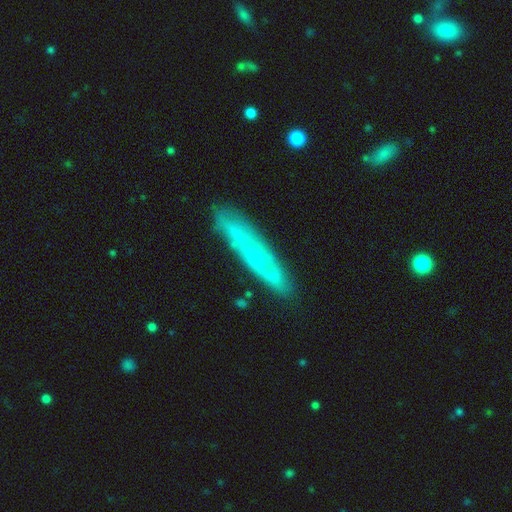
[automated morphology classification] Smooth or featured?
  - featured or disk: 64% *
  - smooth: 29%
  - star or artifact: 7%
Edge-on disk?
  - no: 56% *
  - yes: 44%
Merging?
  - none: 79% *
  - minor disturbance: 15%
  - major disturbance: 3%
  - merger: 2%